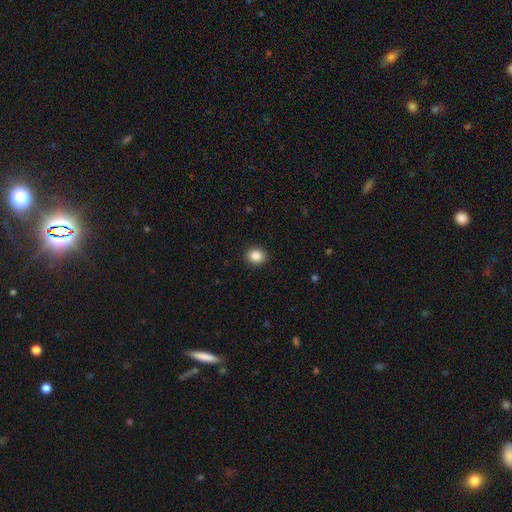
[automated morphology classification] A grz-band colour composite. It shows a smooth galaxy with no disk features (85%) that is round (62%). Merging: none (91%).